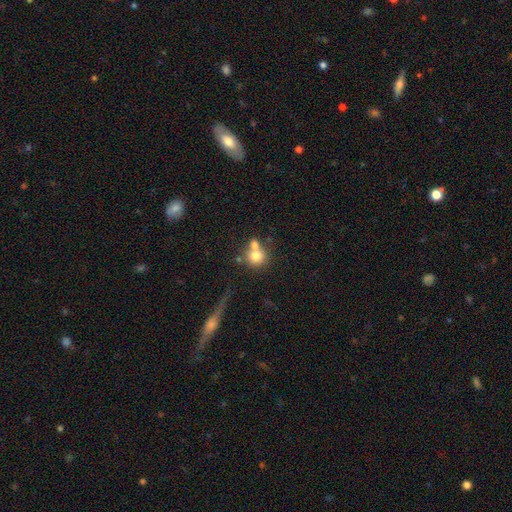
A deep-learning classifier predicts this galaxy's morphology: This is likely a smooth galaxy (74%). How rounded: clearly round (83%). Merging: possibly merger (47%).